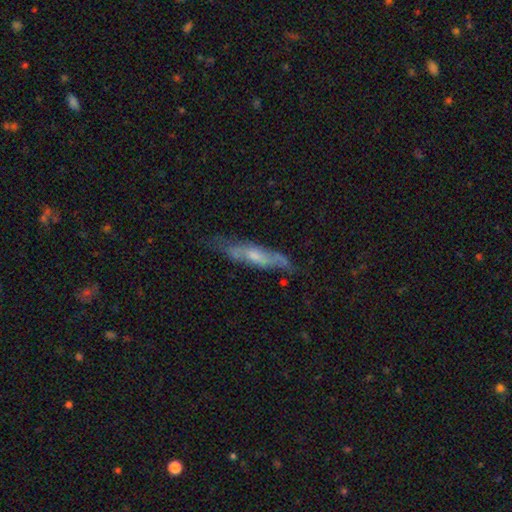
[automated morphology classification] Q: Smooth or featured?
A: featured or disk (57%); runner-up: smooth (36%)
Q: Edge-on disk?
A: yes (58%); runner-up: no (42%)
Q: Merging?
A: none (61%); runner-up: minor disturbance (26%)